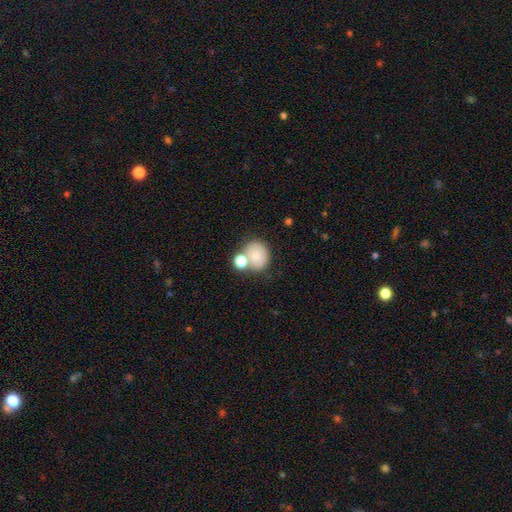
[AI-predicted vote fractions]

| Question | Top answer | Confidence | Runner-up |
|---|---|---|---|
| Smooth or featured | smooth | 76% | featured or disk (14%) |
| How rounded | round | 70% | in between (29%) |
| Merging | none | 50% | merger (33%) |